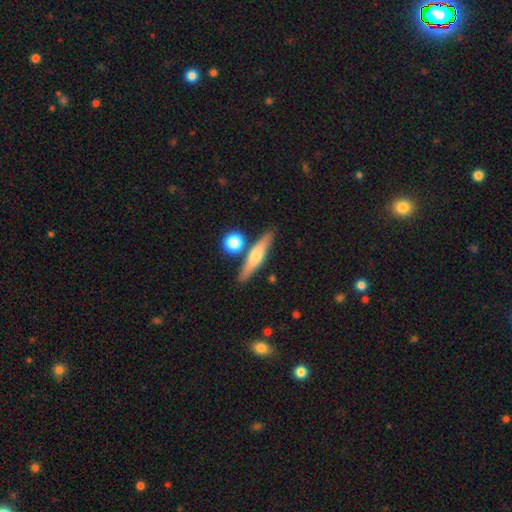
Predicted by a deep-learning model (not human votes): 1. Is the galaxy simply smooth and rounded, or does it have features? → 50% featured or disk, 44% smooth, 6% star or artifact.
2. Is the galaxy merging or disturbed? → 79% none, 10% merger, 9% minor disturbance, 2% major disturbance.